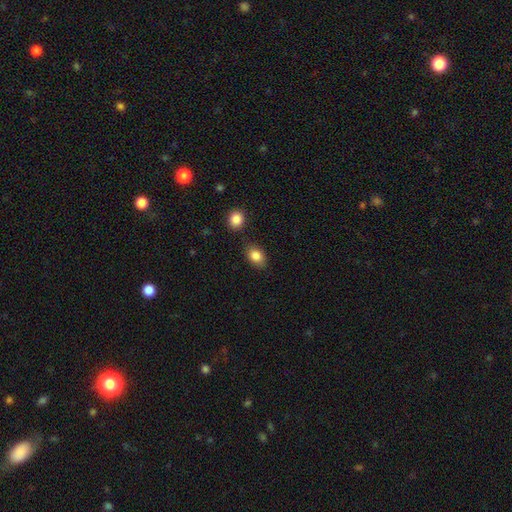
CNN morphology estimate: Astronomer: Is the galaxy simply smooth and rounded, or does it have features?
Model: smooth — 85%.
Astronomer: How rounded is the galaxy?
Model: in between — 80%.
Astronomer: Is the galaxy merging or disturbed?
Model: none — 79%.